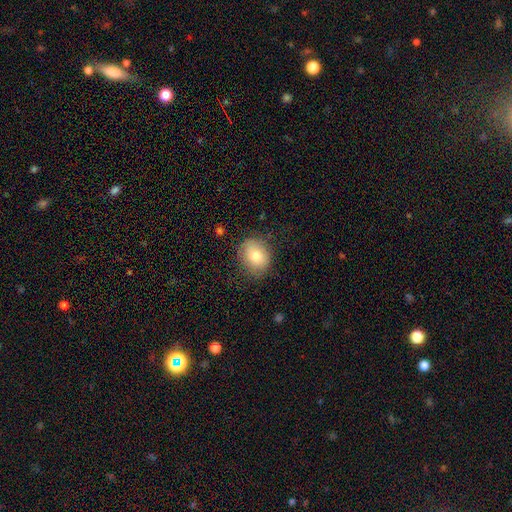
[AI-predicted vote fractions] This appears to be a smooth galaxy with no disk features (76%) that is round (55%). Merging: none (75%).